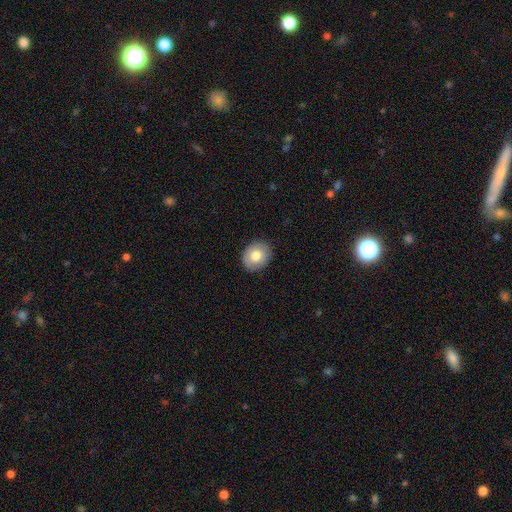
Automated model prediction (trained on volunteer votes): A smooth galaxy with no disk features (77%) that is round (55%). Merging: none (88%).